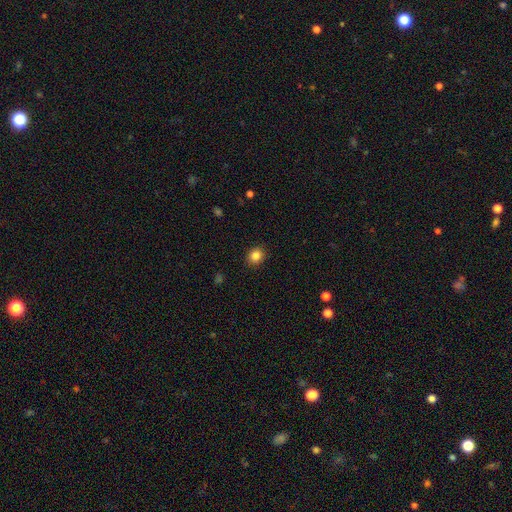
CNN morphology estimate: Overall: smooth (84%). How rounded: round (77%). Merging: none (91%).